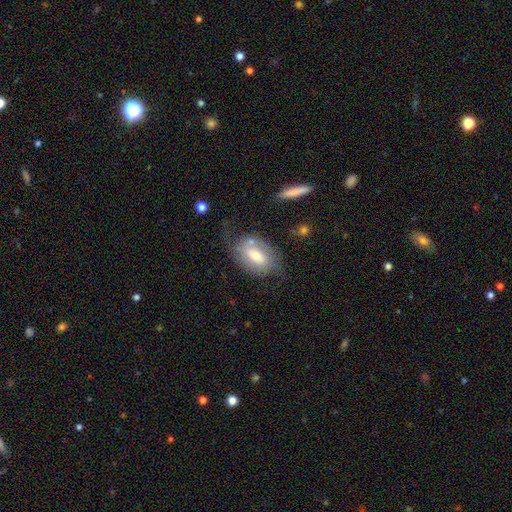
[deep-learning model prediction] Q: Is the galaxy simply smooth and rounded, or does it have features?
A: featured or disk — 49%.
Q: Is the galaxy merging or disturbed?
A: none — 52%.